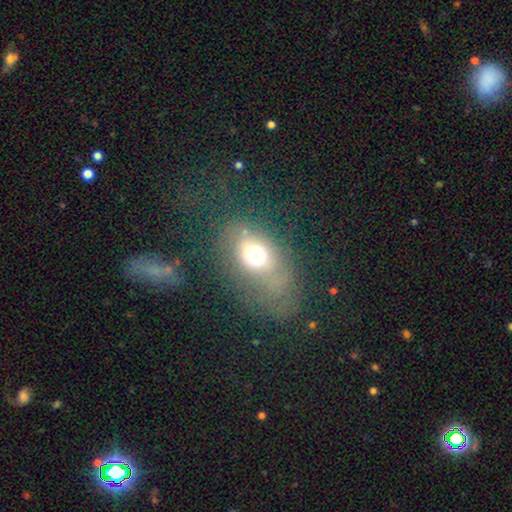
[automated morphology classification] The model was most divided on "merging": none: 49%, major disturbance: 27%, minor disturbance: 22%, merger: 3%. More confident: how rounded — in between (70%); smooth or featured — smooth (60%).